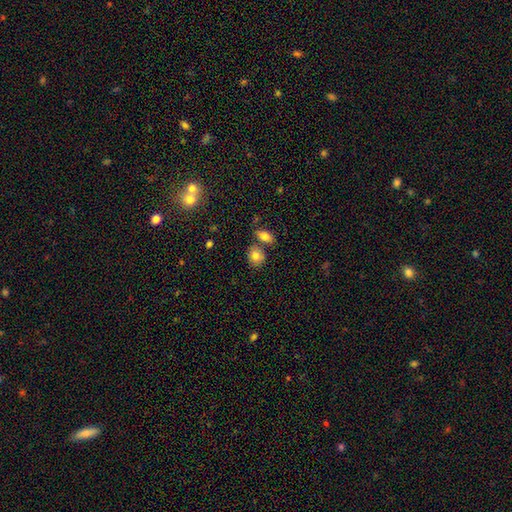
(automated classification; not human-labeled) The model was most divided on "how rounded": round: 59%, in between: 39%, cigar-shaped: 1%. More confident: smooth or featured — smooth (81%); merging — none (64%).